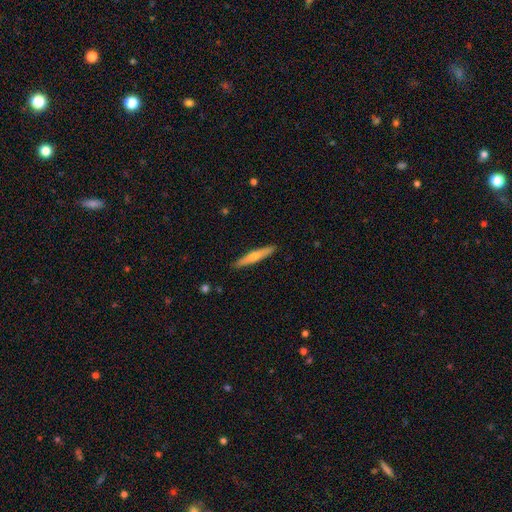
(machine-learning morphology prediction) Overall: smooth (52%; featured or disk 42%). How rounded: cigar-shaped (93%). Merging: none (91%).